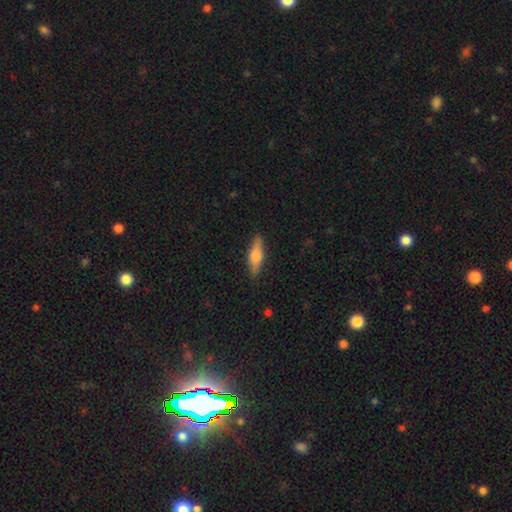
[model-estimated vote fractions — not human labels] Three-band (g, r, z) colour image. It shows a smooth galaxy with no disk features (53%) that is cigar-shaped (53%). Merging: none (87%).